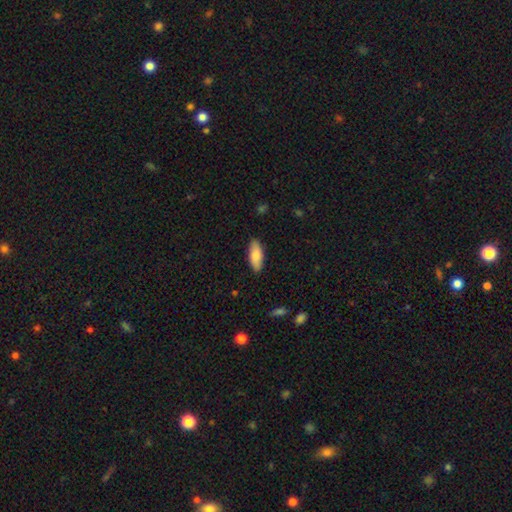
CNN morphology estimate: Smooth or featured?
  - smooth: 83% *
  - featured or disk: 11%
  - star or artifact: 6%
How rounded?
  - in between: 77% *
  - cigar-shaped: 21%
  - round: 2%
Merging?
  - none: 88% *
  - minor disturbance: 9%
  - major disturbance: 2%
  - merger: 1%